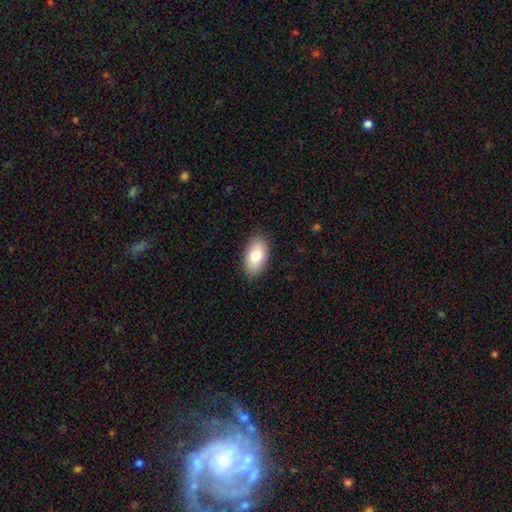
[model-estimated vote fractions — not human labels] Smooth or featured?
  - smooth: 79% *
  - featured or disk: 14%
  - star or artifact: 7%
How rounded?
  - in between: 94% *
  - round: 4%
  - cigar-shaped: 2%
Merging?
  - none: 89% *
  - minor disturbance: 8%
  - major disturbance: 2%
  - merger: 1%